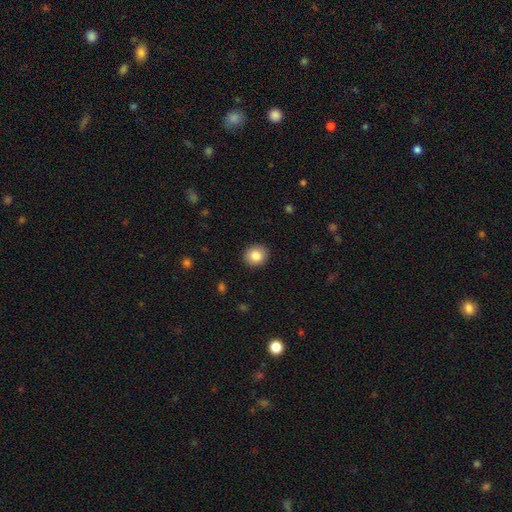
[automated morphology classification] A smooth galaxy with no disk features (84%) that is round (76%). Merging: none (91%).